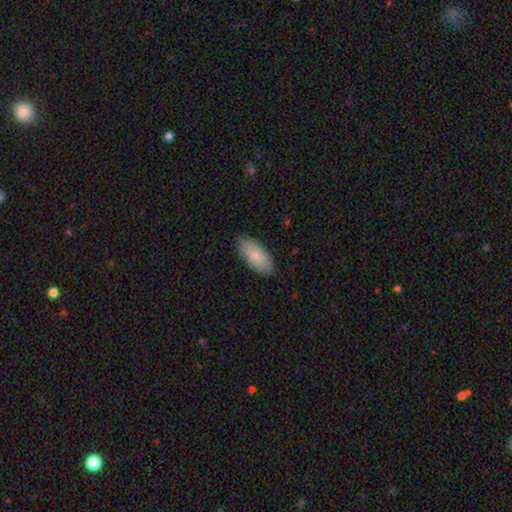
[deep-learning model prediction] Q: Smooth or featured?
A: smooth (81%); runner-up: featured or disk (13%)
Q: How rounded?
A: in between (92%); runner-up: cigar-shaped (6%)
Q: Merging?
A: none (84%); runner-up: minor disturbance (13%)